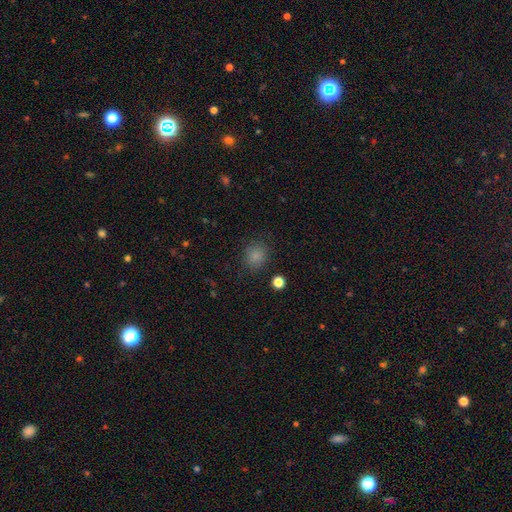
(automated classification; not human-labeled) Q: Smooth or featured?
A: smooth (83%); runner-up: star or artifact (13%)
Q: How rounded?
A: round (80%); runner-up: in between (19%)
Q: Merging?
A: none (86%); runner-up: minor disturbance (9%)